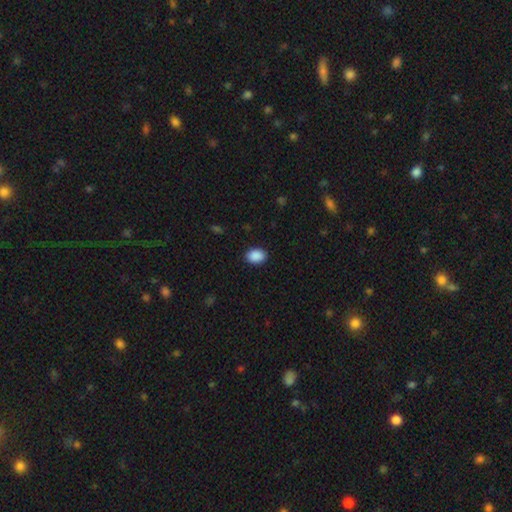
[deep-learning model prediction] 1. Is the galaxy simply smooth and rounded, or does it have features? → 90% smooth, 7% star or artifact, 2% featured or disk.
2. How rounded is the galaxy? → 75% in between, 24% round, 1% cigar-shaped.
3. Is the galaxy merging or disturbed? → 89% none, 8% minor disturbance, 2% major disturbance, 1% merger.